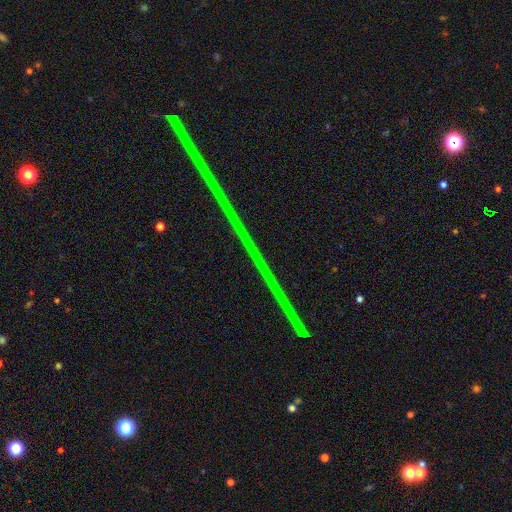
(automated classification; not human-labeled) Smooth or featured: star or artifact — 84% (featured or disk — 10%)